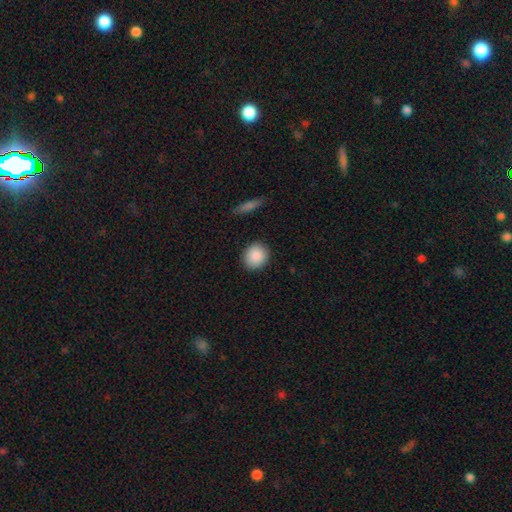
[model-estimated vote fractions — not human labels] smooth-or-featured: smooth: 89% | star or artifact: 7% | featured or disk: 4%
  how-rounded: round: 79% | in between: 19% | cigar-shaped: 1%
  merging: none: 90% | minor disturbance: 7% | major disturbance: 2% | merger: 1%